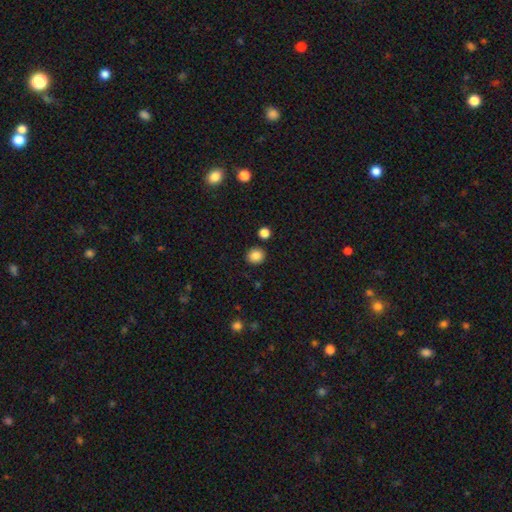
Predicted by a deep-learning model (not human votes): smooth-or-featured: smooth: 86% | star or artifact: 10% | featured or disk: 4%
  how-rounded: round: 86% | in between: 14% | cigar-shaped: 1%
  merging: none: 88% | minor disturbance: 6% | merger: 4% | major disturbance: 2%